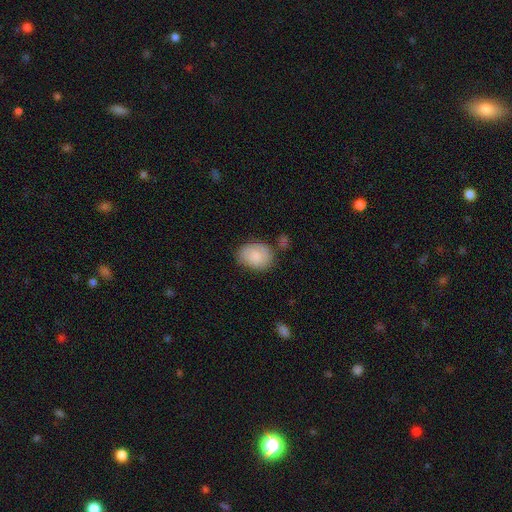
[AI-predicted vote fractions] Smooth or featured: smooth — 83% (featured or disk — 11%)
How rounded: in between — 66% (round — 33%)
Merging: none — 64% (minor disturbance — 24%)